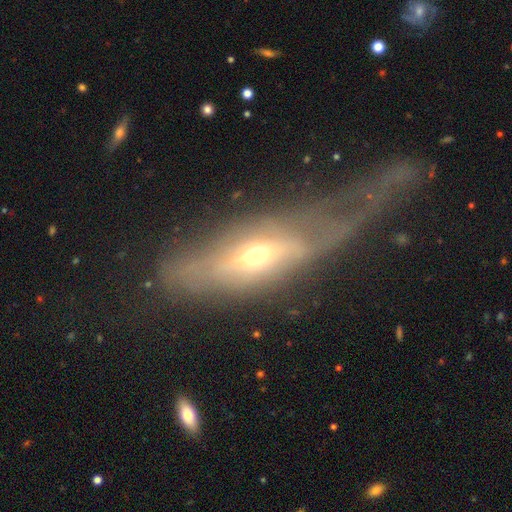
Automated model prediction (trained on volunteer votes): Smooth or featured? featured or disk (61%)
Edge-on disk? no (54%)
Merging? major disturbance (54%)